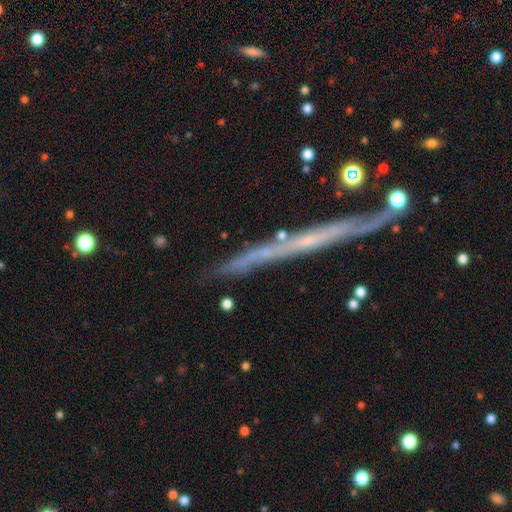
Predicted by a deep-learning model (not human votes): This is likely a featured or disk galaxy (63%). It is clearly viewed edge-on (92%). Edge-on bulge: clearly none (84%). Merging: likely none (78%).